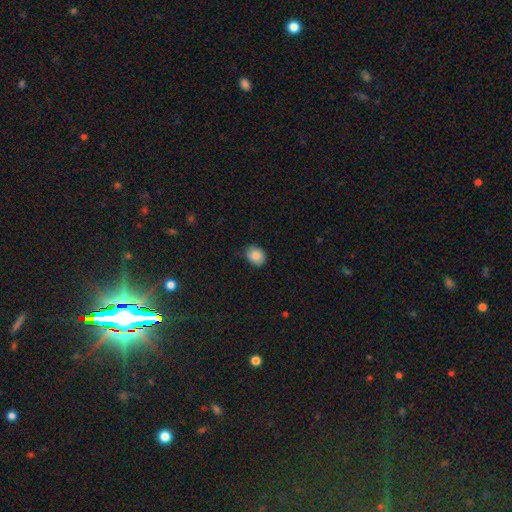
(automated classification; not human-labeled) Smooth or featured?
  - smooth: 86% *
  - star or artifact: 9%
  - featured or disk: 5%
How rounded?
  - round: 52% *
  - in between: 47%
  - cigar-shaped: 1%
Merging?
  - none: 74% *
  - minor disturbance: 21%
  - major disturbance: 3%
  - merger: 1%